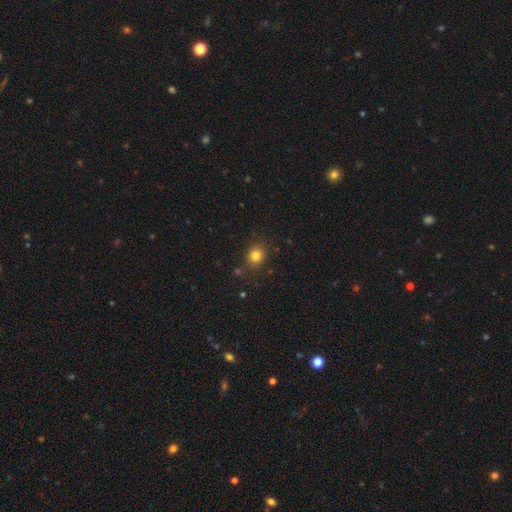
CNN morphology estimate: Smooth or featured? smooth (81%)
How rounded? round (67%)
Merging? none (82%)